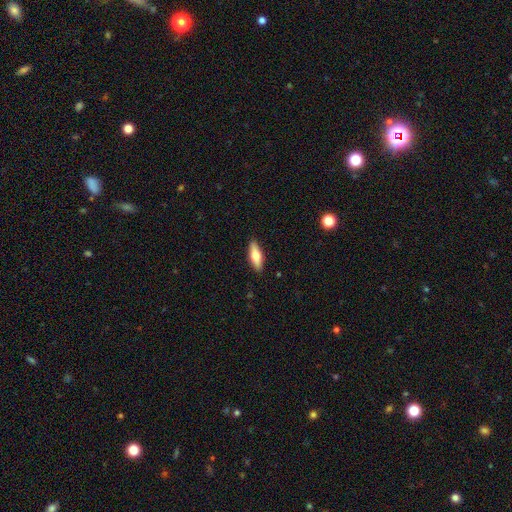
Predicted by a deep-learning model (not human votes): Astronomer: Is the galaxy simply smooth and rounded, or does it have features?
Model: smooth — 62%.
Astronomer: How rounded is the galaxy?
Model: in between — 57% (runner-up: cigar-shaped, 40%).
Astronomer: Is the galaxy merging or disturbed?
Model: none — 89%.